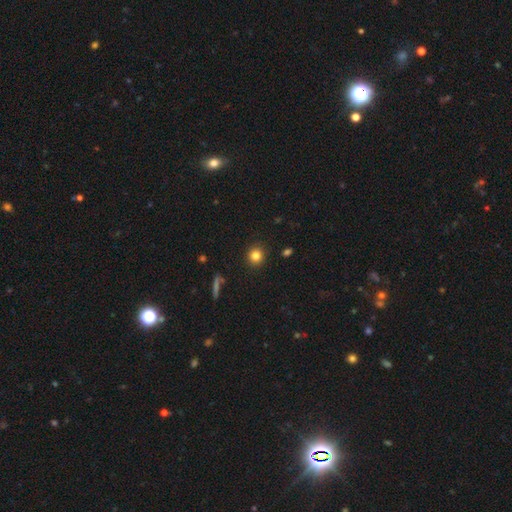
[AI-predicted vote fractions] This is clearly a smooth galaxy (82%). How rounded: clearly round (91%). Merging: clearly none (91%).